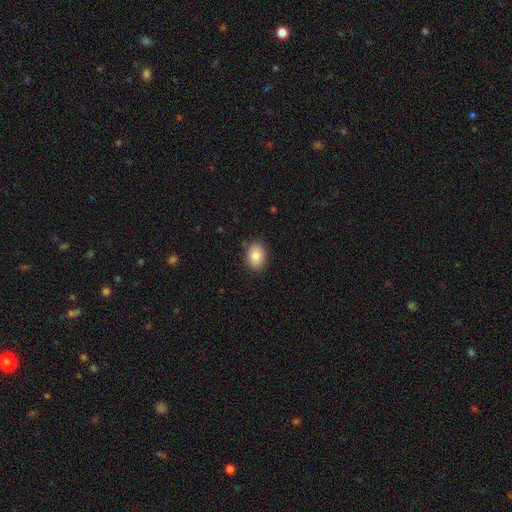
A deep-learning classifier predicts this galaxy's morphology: Q: Smooth or featured?
A: smooth (84%); runner-up: featured or disk (8%)
Q: How rounded?
A: in between (75%); runner-up: round (24%)
Q: Merging?
A: none (86%); runner-up: minor disturbance (11%)